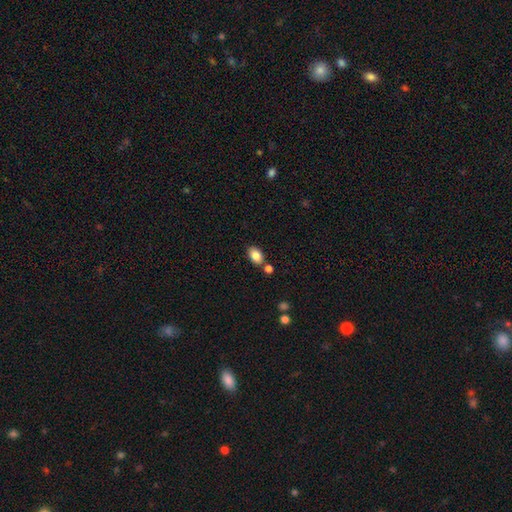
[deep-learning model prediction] Morphology: type=smooth (83%); roundness=in between (86%); merging=none (76%).